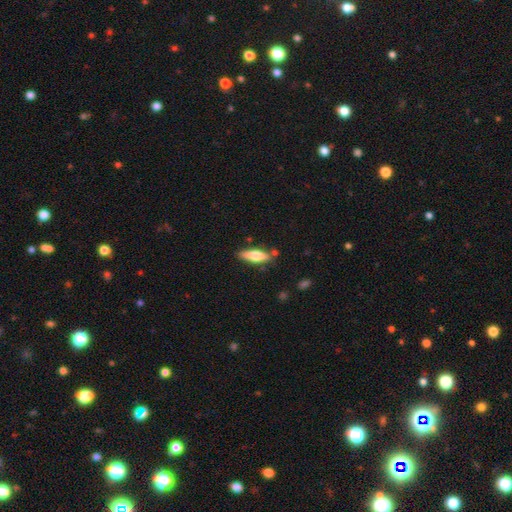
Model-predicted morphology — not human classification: Overall: smooth (62%; featured or disk 32%). How rounded: cigar-shaped (53%; in between 45%). Merging: none (80%).